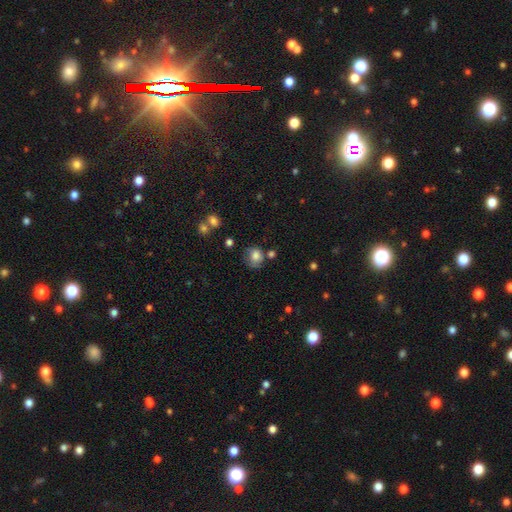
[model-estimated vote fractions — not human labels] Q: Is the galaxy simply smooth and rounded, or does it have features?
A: smooth — 77%.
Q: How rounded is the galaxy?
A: round — 73%.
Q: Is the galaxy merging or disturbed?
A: none — 55%.